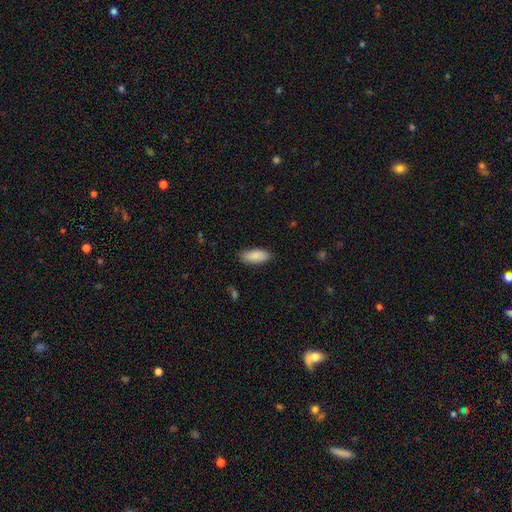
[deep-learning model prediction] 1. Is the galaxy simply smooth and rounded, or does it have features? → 89% smooth, 6% star or artifact, 5% featured or disk.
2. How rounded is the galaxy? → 83% in between, 16% cigar-shaped, 2% round.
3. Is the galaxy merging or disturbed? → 85% none, 12% minor disturbance, 2% major disturbance, 1% merger.